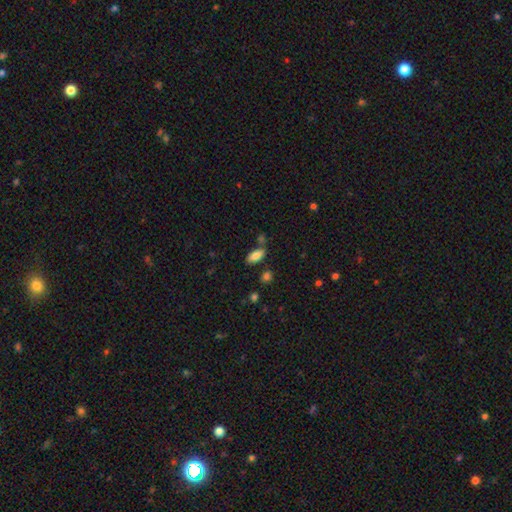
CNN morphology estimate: Smooth or featured?
  - smooth: 82% *
  - featured or disk: 11%
  - star or artifact: 8%
How rounded?
  - in between: 88% *
  - cigar-shaped: 9%
  - round: 2%
Merging?
  - none: 74% *
  - minor disturbance: 14%
  - merger: 9%
  - major disturbance: 3%